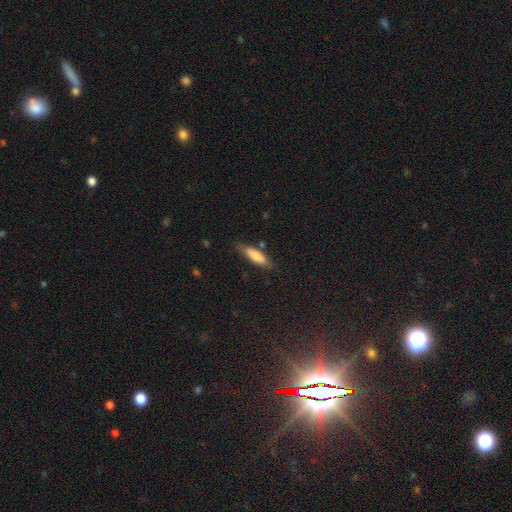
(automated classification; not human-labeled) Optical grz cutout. It shows a smooth galaxy with no disk features (72%) that is cigar-shaped (64%). Merging: none (78%).